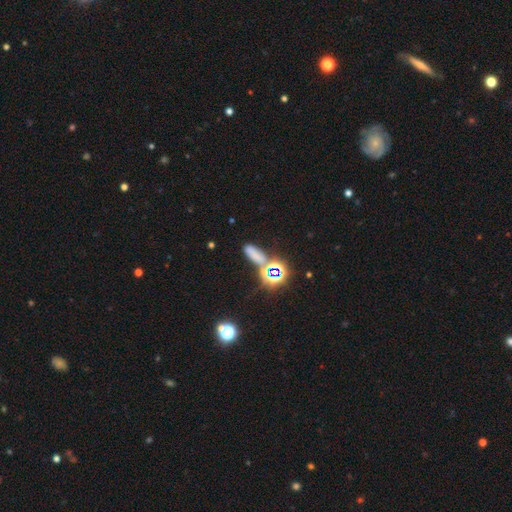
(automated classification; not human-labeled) Smooth or featured? smooth (50%)
Merging? none (52%)